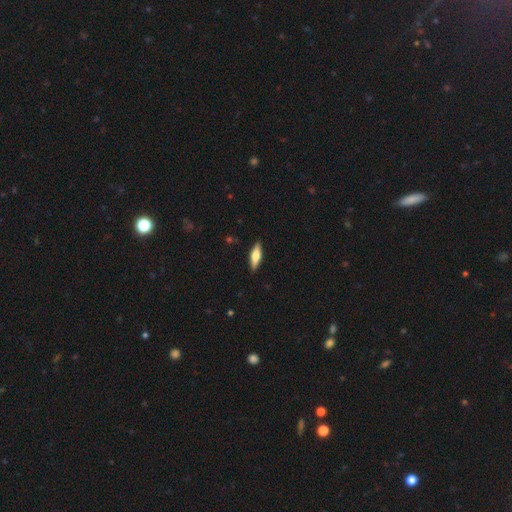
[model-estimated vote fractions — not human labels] This is possibly a smooth galaxy (58%). How rounded: possibly cigar-shaped (53%). Merging: clearly none (89%).